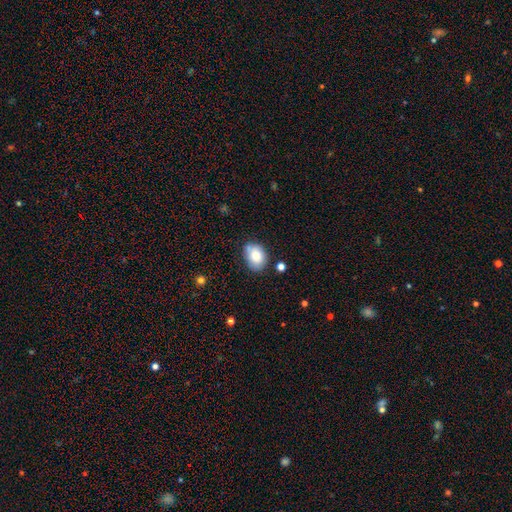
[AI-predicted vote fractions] smooth_or_featured: smooth (p=0.82) [alt: featured or disk p=0.10]
how_rounded: in between (p=0.71) [alt: round p=0.28]
merging: none (p=0.69) [alt: minor disturbance p=0.20]